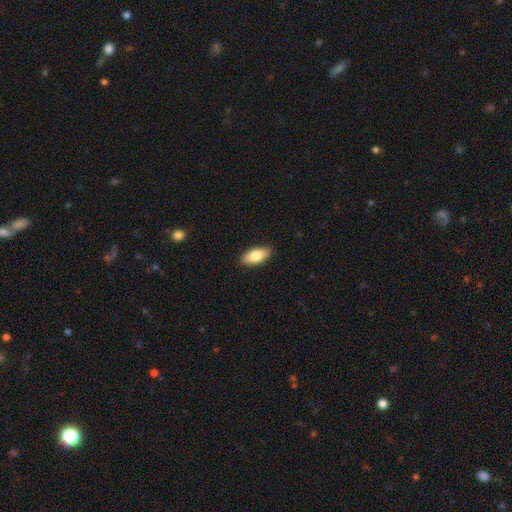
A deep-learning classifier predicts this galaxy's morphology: Overall: smooth (82%). How rounded: in between (89%). Merging: none (89%).